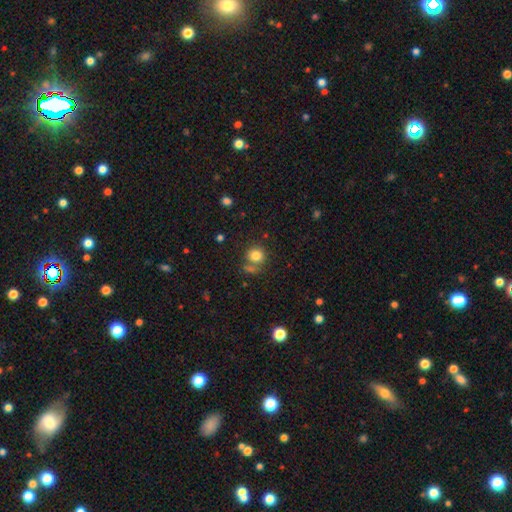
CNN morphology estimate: This appears to be a smooth galaxy with no disk features (81%) that is round (85%). Merging: none (61%).